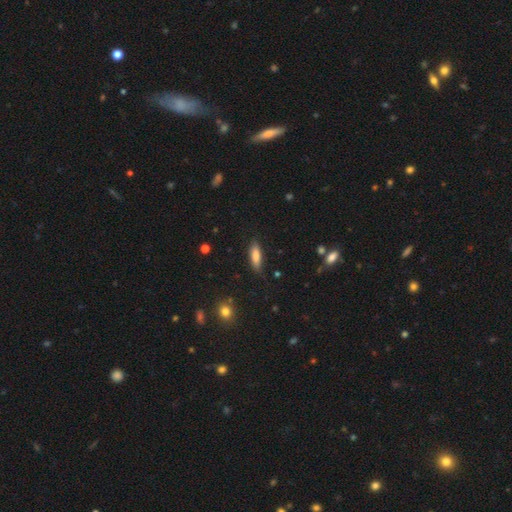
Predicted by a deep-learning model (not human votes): This appears to be a smooth galaxy with no disk features (78%) that is cigar-shaped (50%). Merging: none (77%).